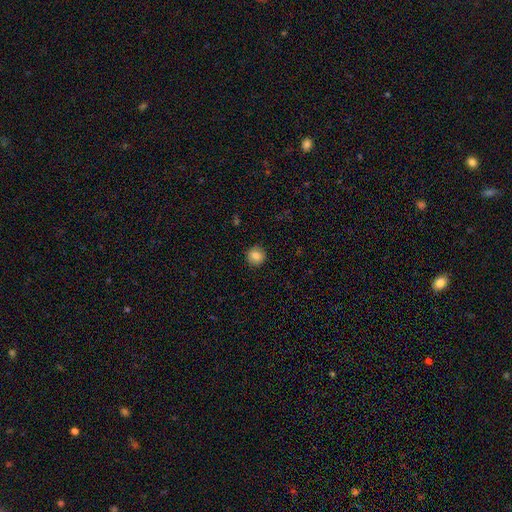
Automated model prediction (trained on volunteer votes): Smooth or featured? Predicted: smooth (p=0.83). How rounded? Predicted: round (p=0.93). Merging? Predicted: none (p=0.92).